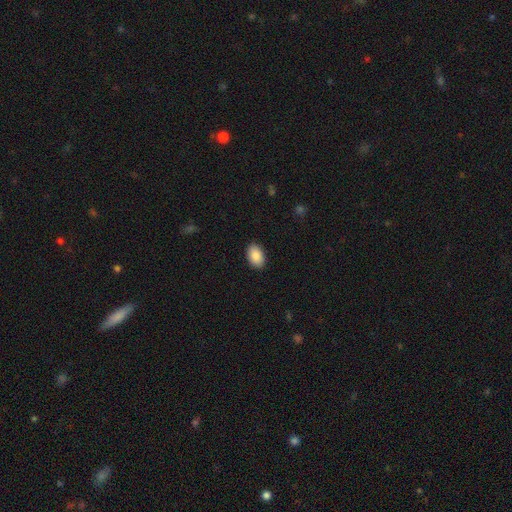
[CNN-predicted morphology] Smooth or featured: smooth — 89% (star or artifact — 7%)
How rounded: in between — 91% (round — 8%)
Merging: none — 90% (minor disturbance — 8%)